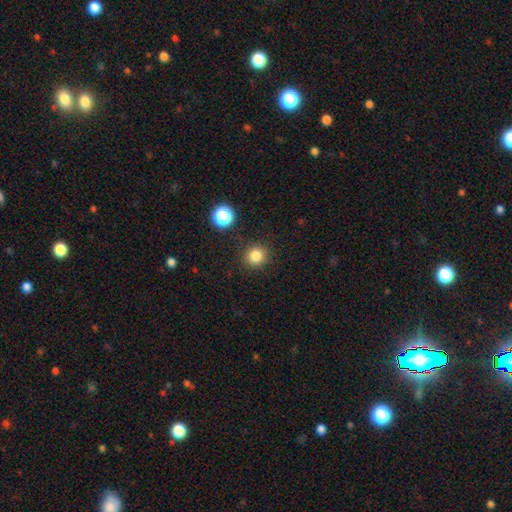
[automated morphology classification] This appears to be a smooth galaxy with no disk features (82%) that is round (88%). Merging: none (89%).